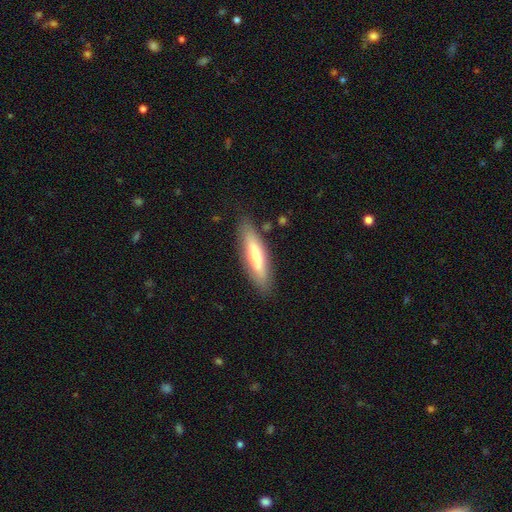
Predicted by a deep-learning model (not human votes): smooth-or-featured: smooth: 55% | featured or disk: 38% | star or artifact: 7%
  how-rounded: cigar-shaped: 73% | in between: 25% | round: 2%
  merging: none: 86% | minor disturbance: 10% | major disturbance: 2% | merger: 2%